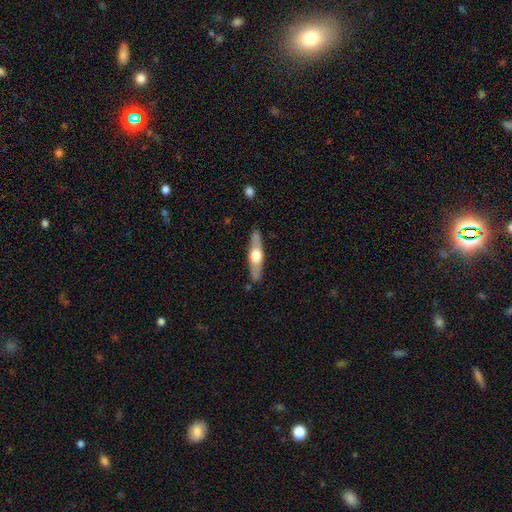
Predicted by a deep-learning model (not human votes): This appears to be a featured or disk galaxy (60%) viewed edge-on (93%) with a rounded central bulge (94%). Merging: none (86%).